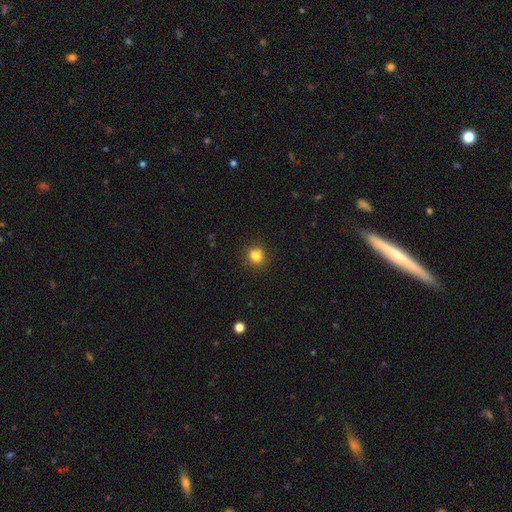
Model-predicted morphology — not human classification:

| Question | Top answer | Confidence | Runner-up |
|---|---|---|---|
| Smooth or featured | smooth | 80% | star or artifact (12%) |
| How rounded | round | 64% | in between (35%) |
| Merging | none | 67% | minor disturbance (14%) |